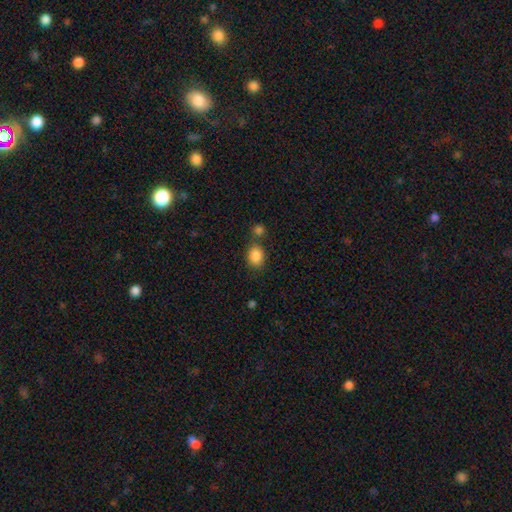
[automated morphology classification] Overall: smooth (86%). How rounded: in between (51%; round 48%). Merging: none (66%).